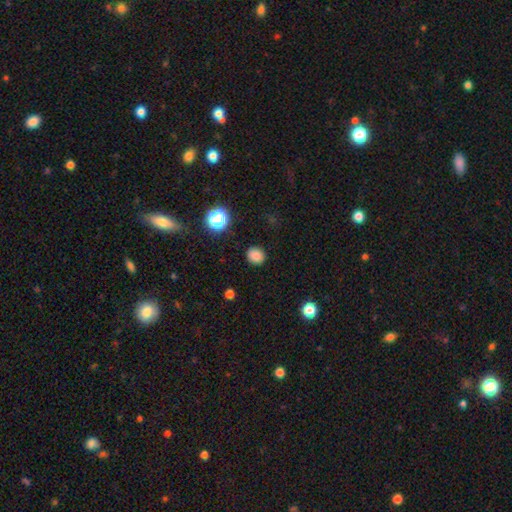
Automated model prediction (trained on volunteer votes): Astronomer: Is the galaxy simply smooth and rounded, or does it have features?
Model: smooth — 81%.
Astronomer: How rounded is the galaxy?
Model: round — 83%.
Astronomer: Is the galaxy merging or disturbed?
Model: none — 90%.